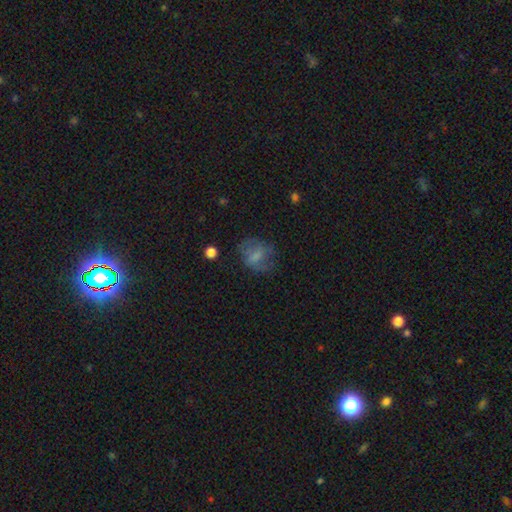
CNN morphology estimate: The model was most divided on "how rounded": round: 51%, in between: 47%, cigar-shaped: 1%. More confident: smooth or featured — smooth (59%); merging — none (54%).